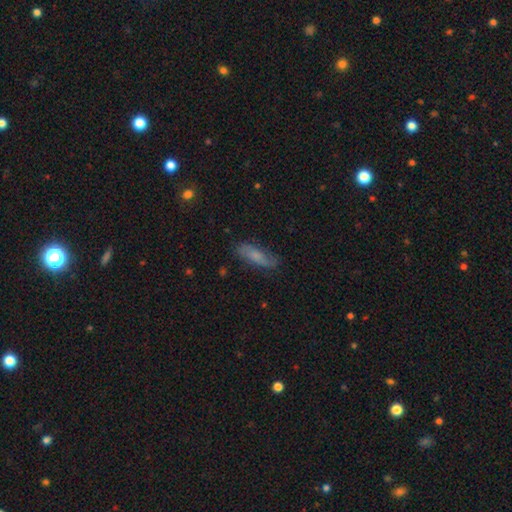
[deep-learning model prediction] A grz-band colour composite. It shows a smooth galaxy with no disk features (56%) that is in between round and cigar-shaped (49%). Merging: none (74%).